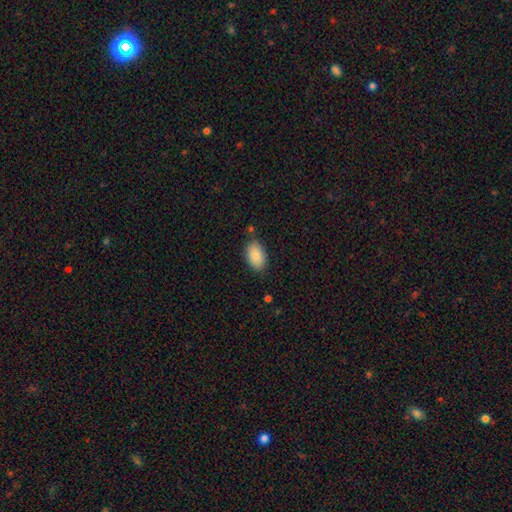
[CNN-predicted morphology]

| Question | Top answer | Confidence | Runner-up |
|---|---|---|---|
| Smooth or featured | smooth | 87% | star or artifact (7%) |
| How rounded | in between | 92% | round (6%) |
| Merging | none | 81% | minor disturbance (14%) |